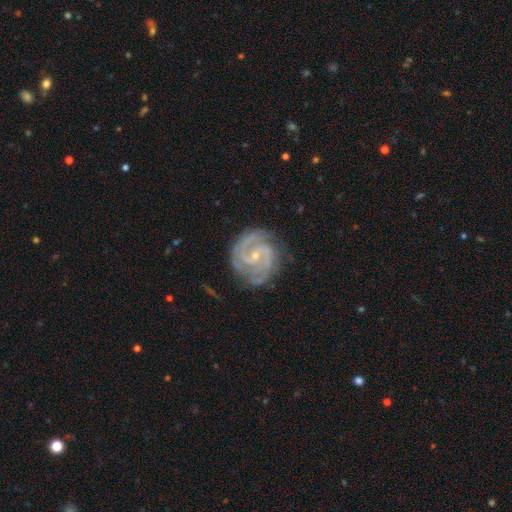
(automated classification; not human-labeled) smooth_or_featured: featured or disk (p=0.92) [alt: star or artifact p=0.04]
disk_edge_on: no (p=0.98) [alt: yes p=0.02]
bar: no (p=0.45) [alt: weak p=0.42]
has_spiral_arms: yes (p=0.98) [alt: no p=0.02]
spiral_winding: tight (p=0.61) [alt: medium p=0.35]
spiral_arm_count: 2 (p=0.58) [alt: 3 p=0.22]
bulge_size: small (p=0.78) [alt: moderate p=0.18]
merging: none (p=0.77) [alt: minor disturbance p=0.16]